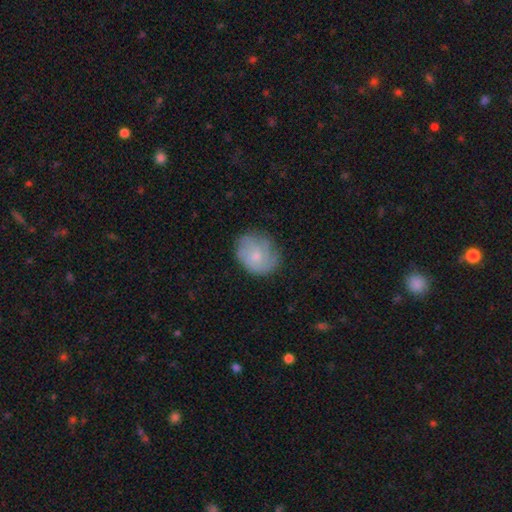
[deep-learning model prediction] Smooth or featured: smooth — 53% (featured or disk — 39%)
How rounded: round — 63% (in between — 36%)
Merging: none — 68% (minor disturbance — 23%)